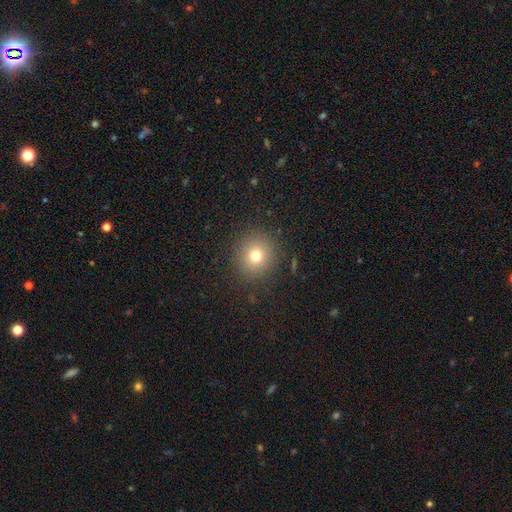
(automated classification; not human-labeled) This is likely a smooth galaxy (74%). How rounded: clearly round (92%). Merging: clearly none (88%).